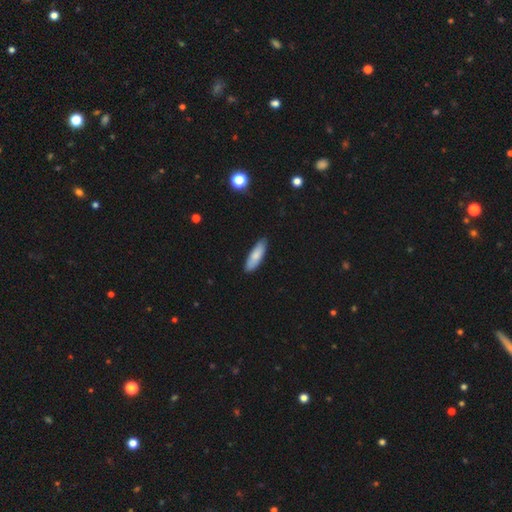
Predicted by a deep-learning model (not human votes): Q: Smooth or featured?
A: smooth (78%); runner-up: featured or disk (16%)
Q: How rounded?
A: in between (50%); runner-up: cigar-shaped (48%)
Q: Merging?
A: none (87%); runner-up: minor disturbance (11%)